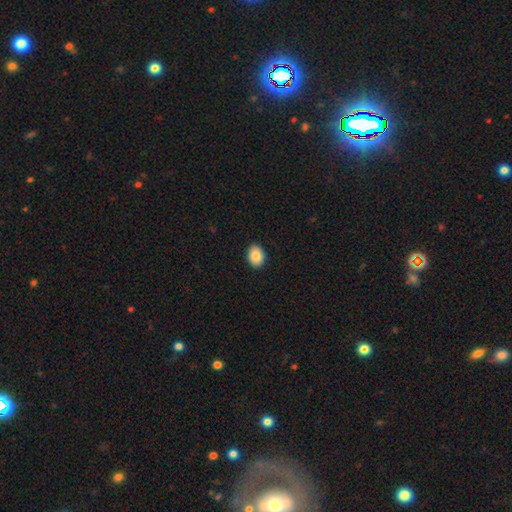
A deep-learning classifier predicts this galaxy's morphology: Smooth or featured: smooth — 87% (star or artifact — 7%)
How rounded: in between — 69% (round — 30%)
Merging: none — 90% (minor disturbance — 7%)